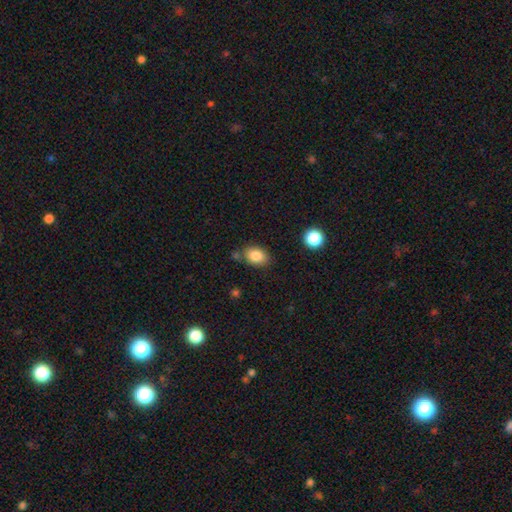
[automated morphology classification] Overall: smooth (85%). How rounded: in between (79%). Merging: none (77%).